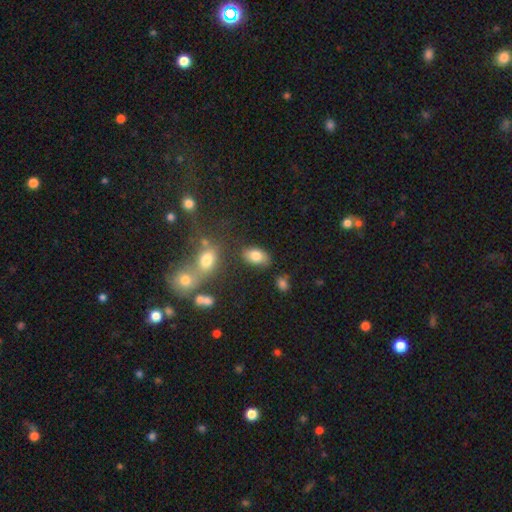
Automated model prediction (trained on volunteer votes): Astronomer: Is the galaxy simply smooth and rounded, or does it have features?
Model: smooth — 81%.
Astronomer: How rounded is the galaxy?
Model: in between — 90%.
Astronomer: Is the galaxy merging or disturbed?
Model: none — 76%.